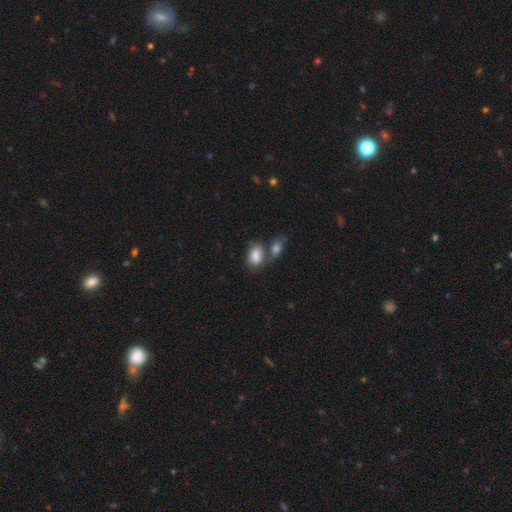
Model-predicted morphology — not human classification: Smooth or featured? smooth (83%)
How rounded? in between (87%)
Merging? merger (43%)